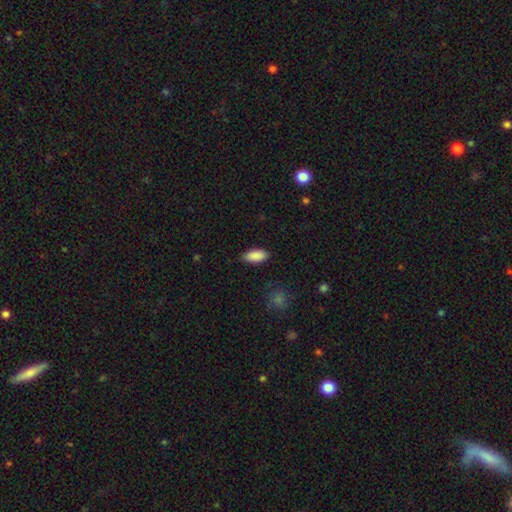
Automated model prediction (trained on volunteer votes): smooth 89%, star or artifact 7%, featured or disk 4%. Down the decision tree: how rounded — in between (89%); merging — none (85%).